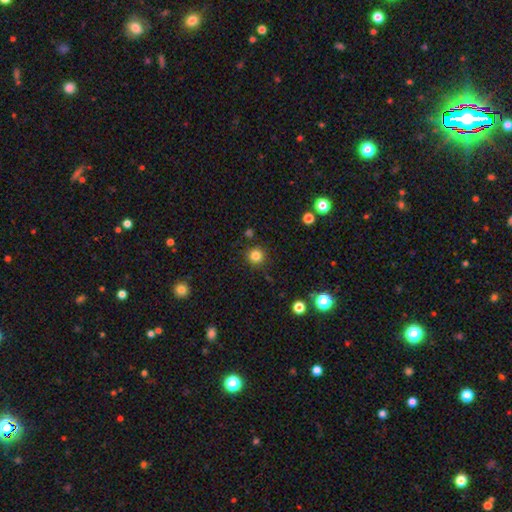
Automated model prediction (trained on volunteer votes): A smooth galaxy with no disk features (82%) that is round (94%). Merging: none (88%).